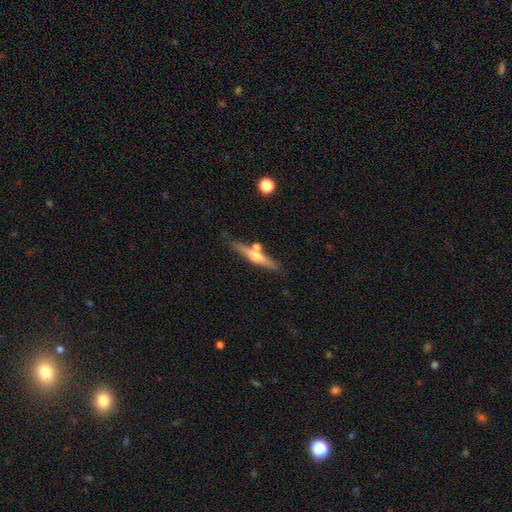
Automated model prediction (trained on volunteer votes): Smooth or featured?
  - featured or disk: 56% *
  - smooth: 38%
  - star or artifact: 6%
Edge-on disk?
  - yes: 94% *
  - no: 6%
Edge-on bulge?
  - rounded: 88% *
  - none: 8%
  - boxy: 5%
Merging?
  - none: 69% *
  - merger: 14%
  - minor disturbance: 13%
  - major disturbance: 3%